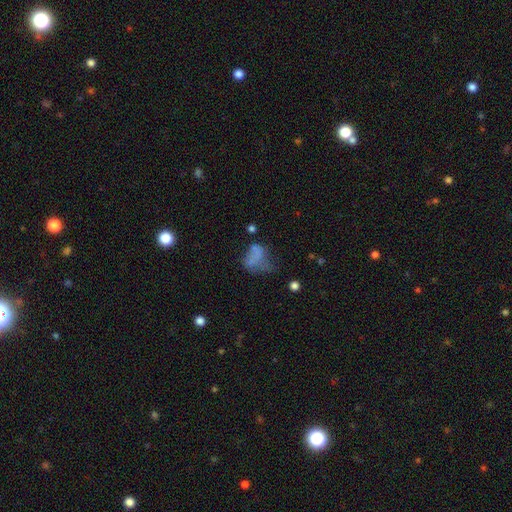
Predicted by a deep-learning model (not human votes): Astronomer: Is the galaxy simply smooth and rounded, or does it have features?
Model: smooth — 58%.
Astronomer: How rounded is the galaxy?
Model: in between — 74%.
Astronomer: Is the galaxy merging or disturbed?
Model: major disturbance — 44% (runner-up: none, 23%).